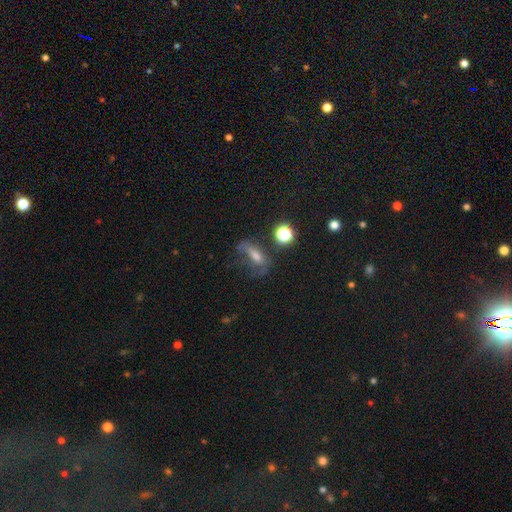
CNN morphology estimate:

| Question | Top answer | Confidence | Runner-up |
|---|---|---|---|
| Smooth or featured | featured or disk | 40% | smooth (38%) |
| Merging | none | 41% | major disturbance (31%) |